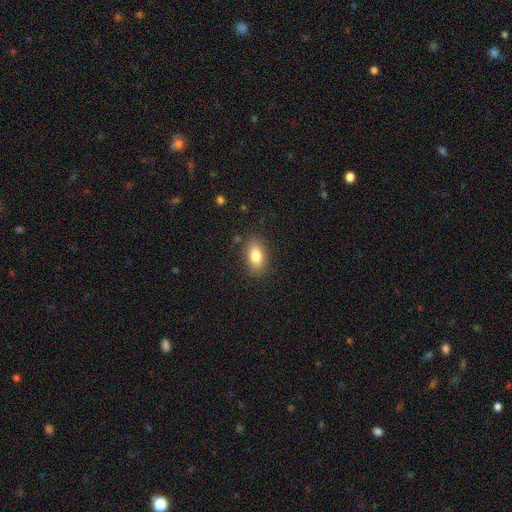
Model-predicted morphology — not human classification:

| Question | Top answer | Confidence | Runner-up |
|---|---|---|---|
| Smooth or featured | smooth | 80% | featured or disk (11%) |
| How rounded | in between | 86% | round (8%) |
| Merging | none | 85% | minor disturbance (11%) |